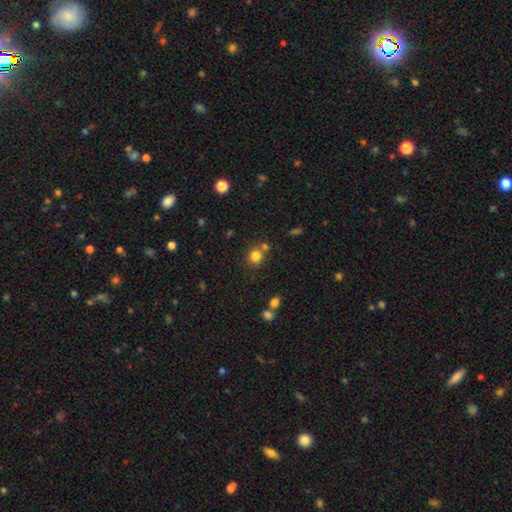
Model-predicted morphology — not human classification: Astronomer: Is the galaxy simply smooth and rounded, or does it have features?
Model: smooth — 80%.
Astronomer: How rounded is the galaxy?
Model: round — 85%.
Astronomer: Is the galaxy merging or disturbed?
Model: none — 64%.